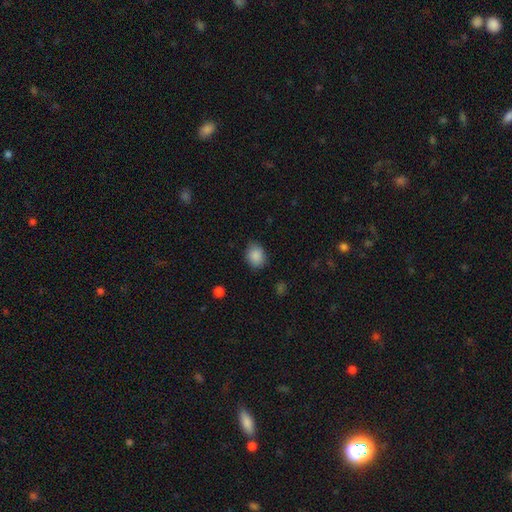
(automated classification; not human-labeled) Q: Smooth or featured?
A: smooth (88%); runner-up: star or artifact (8%)
Q: How rounded?
A: in between (51%); runner-up: round (48%)
Q: Merging?
A: none (82%); runner-up: minor disturbance (14%)